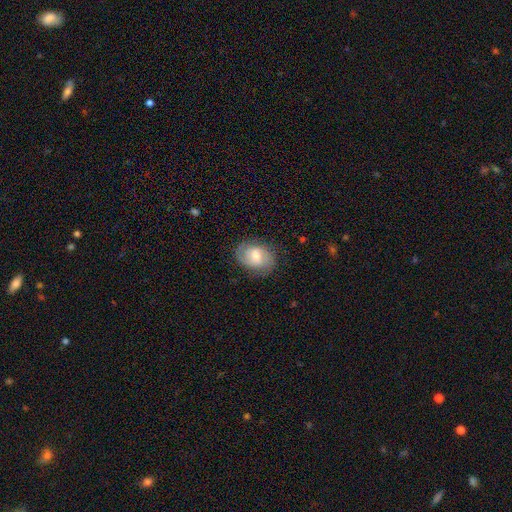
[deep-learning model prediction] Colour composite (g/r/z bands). It shows a featured or disk galaxy (58%) with a weak bar (54%), spiral arms (87%) and a moderate central bulge (60%). Merging: none (77%).